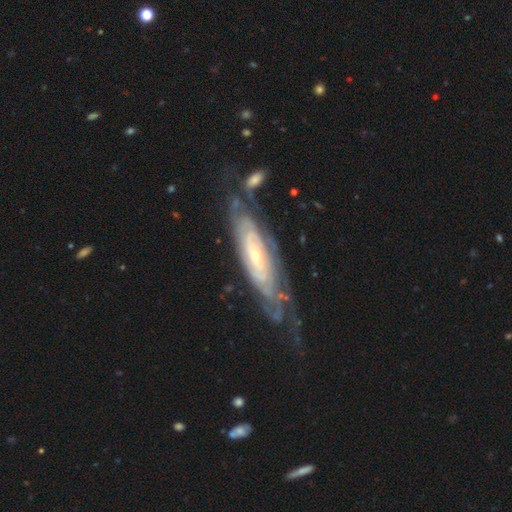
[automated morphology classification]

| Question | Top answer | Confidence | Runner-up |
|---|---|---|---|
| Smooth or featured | featured or disk | 84% | smooth (11%) |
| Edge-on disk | no | 83% | yes (17%) |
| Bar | no | 64% | weak (26%) |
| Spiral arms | yes | 90% | no (10%) |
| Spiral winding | tight | 75% | medium (19%) |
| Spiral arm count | can't tell | 61% | 2 (14%) |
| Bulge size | small | 69% | moderate (27%) |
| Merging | none | 54% | minor disturbance (22%) |